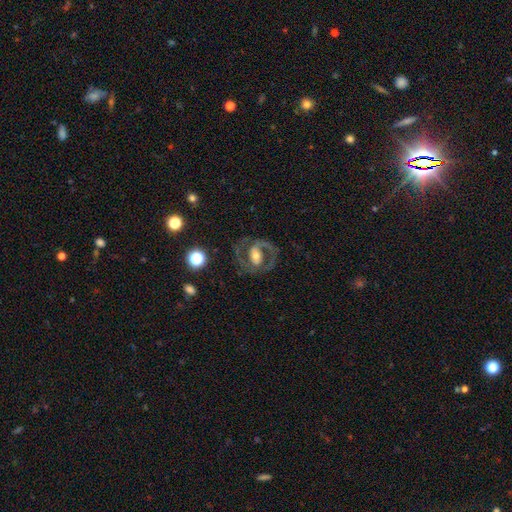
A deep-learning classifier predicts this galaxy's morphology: Smooth or featured?
  - featured or disk: 83% *
  - smooth: 11%
  - star or artifact: 6%
Edge-on disk?
  - no: 97% *
  - yes: 3%
Bar?
  - weak: 38% *
  - no: 36%
  - strong: 26%
Spiral arms?
  - yes: 86% *
  - no: 14%
Spiral winding?
  - medium: 57% *
  - tight: 26%
  - loose: 17%
Spiral arm count?
  - 2: 88% *
  - can't tell: 5%
  - 1: 4%
  - 3: 1%
  - 4: 1%
  - more than 4: 1%
Bulge size?
  - moderate: 61% *
  - small: 25%
  - large: 11%
  - none: 2%
  - dominant: 1%
Merging?
  - none: 73% *
  - minor disturbance: 13%
  - major disturbance: 12%
  - merger: 2%